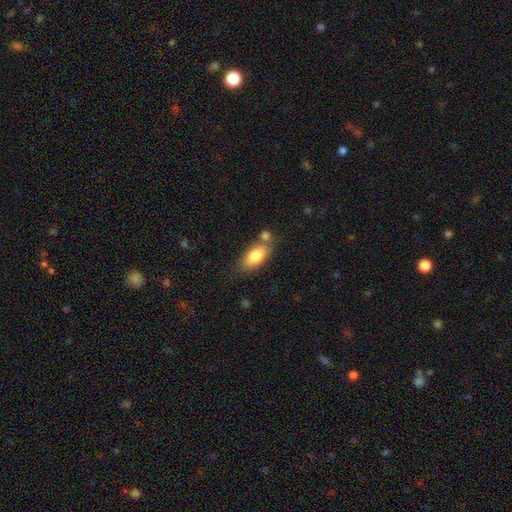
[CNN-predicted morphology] Overall: smooth (81%). How rounded: in between (86%). Merging: none (56%; merger 24%).